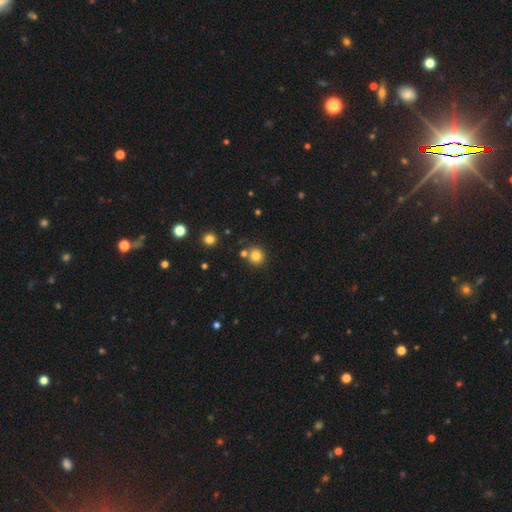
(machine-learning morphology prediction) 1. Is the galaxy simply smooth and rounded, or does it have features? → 82% smooth, 12% star or artifact, 6% featured or disk.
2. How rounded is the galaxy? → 90% round, 9% in between, 1% cigar-shaped.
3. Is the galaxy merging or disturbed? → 76% none, 13% merger, 9% minor disturbance, 3% major disturbance.